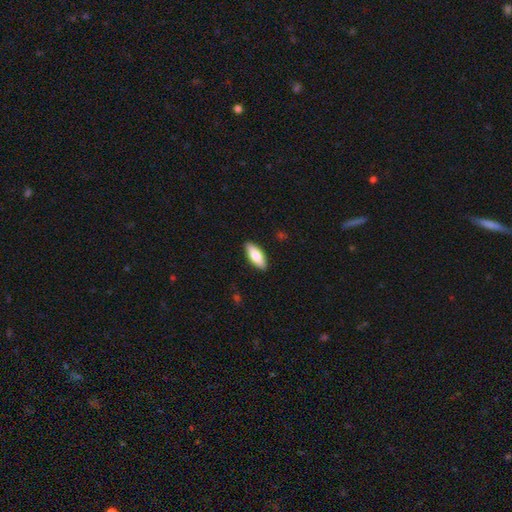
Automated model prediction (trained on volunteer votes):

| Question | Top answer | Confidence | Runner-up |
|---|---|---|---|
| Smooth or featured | smooth | 80% | featured or disk (15%) |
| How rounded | in between | 74% | cigar-shaped (24%) |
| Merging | none | 89% | minor disturbance (8%) |